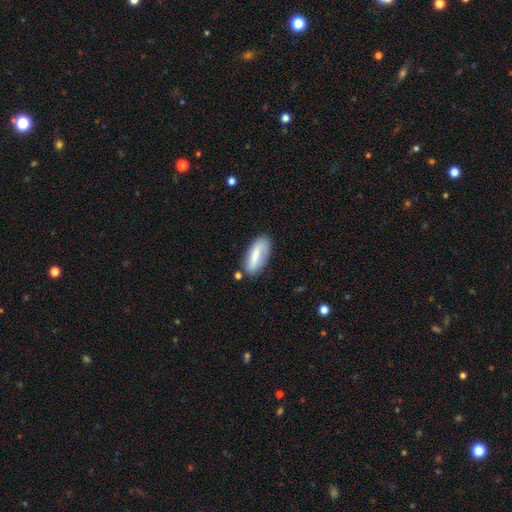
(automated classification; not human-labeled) Overall: smooth (72%). How rounded: in between (77%). Merging: none (74%).